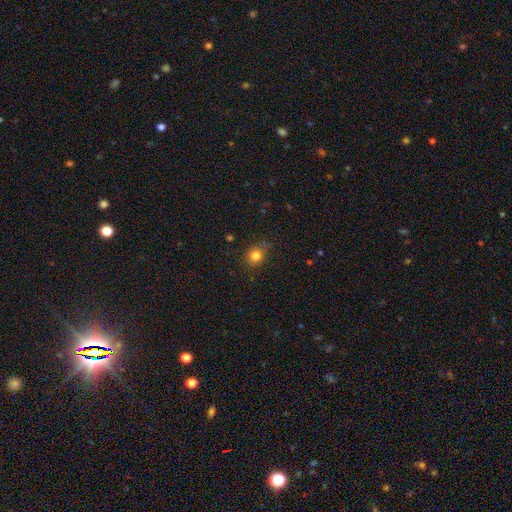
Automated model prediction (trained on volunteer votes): Smooth or featured: smooth — 82% (star or artifact — 12%)
How rounded: round — 70% (in between — 29%)
Merging: none — 73% (minor disturbance — 20%)